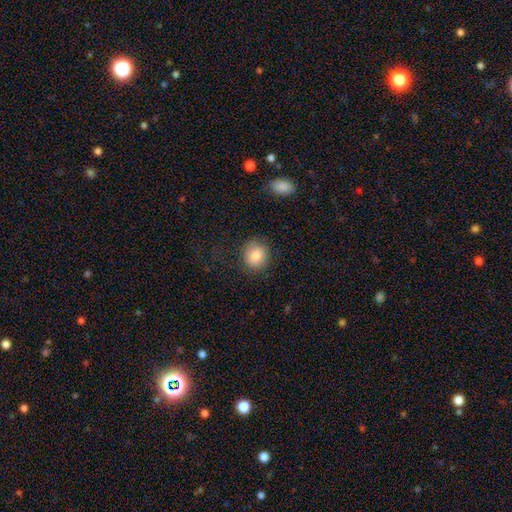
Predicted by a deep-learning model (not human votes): Q: Smooth or featured?
A: smooth (82%); runner-up: star or artifact (9%)
Q: How rounded?
A: round (79%); runner-up: in between (20%)
Q: Merging?
A: none (85%); runner-up: minor disturbance (10%)